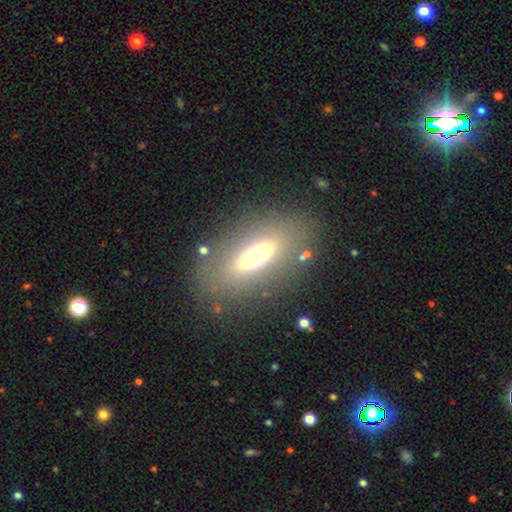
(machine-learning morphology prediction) Smooth or featured? smooth (52%)
How rounded? in between (77%)
Merging? none (80%)